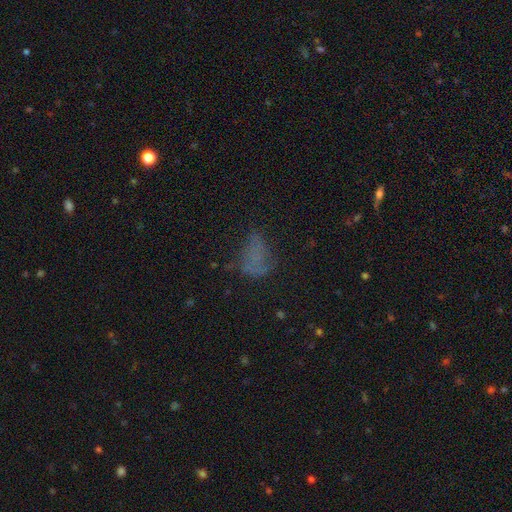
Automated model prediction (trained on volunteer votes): A smooth galaxy with no disk features (50%) that is in between round and cigar-shaped (82%). Merging: none (44%).